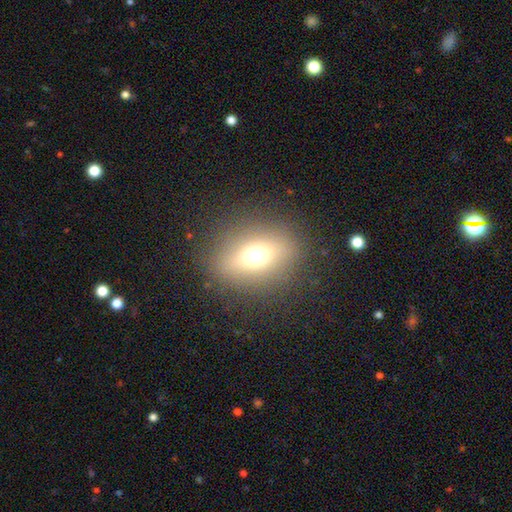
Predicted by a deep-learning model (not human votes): Overall: smooth (61%; featured or disk 22%). How rounded: in between (50%; round 46%). Merging: none (85%).